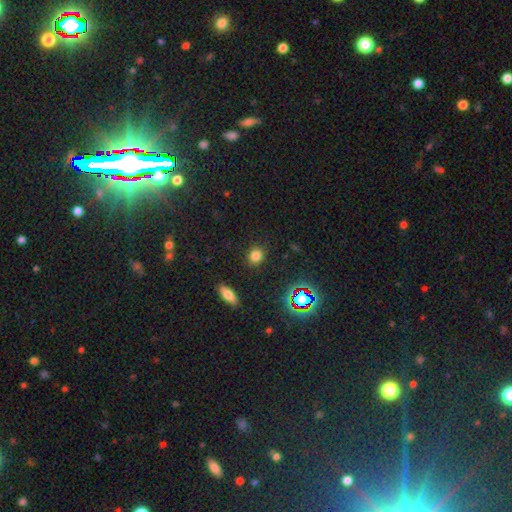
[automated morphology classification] Smooth or featured? smooth (77%)
How rounded? round (81%)
Merging? none (89%)